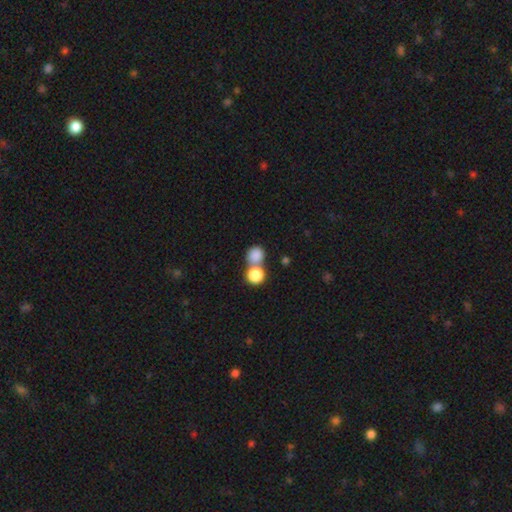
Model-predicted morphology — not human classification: Overall: smooth (83%). How rounded: round (83%). Merging: merger (46%; none 43%).